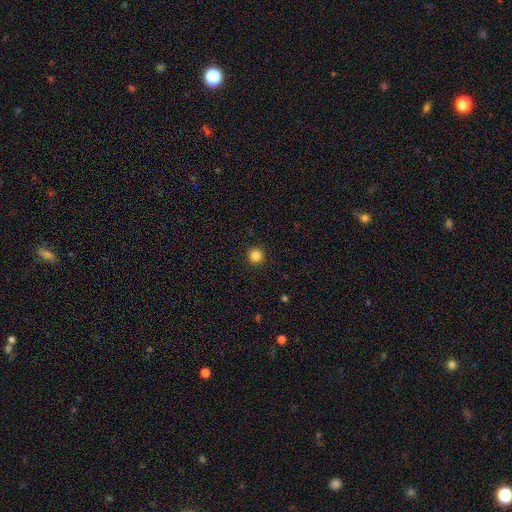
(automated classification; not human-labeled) smooth-or-featured: smooth: 85% | star or artifact: 12% | featured or disk: 3%
  how-rounded: round: 94% | in between: 5% | cigar-shaped: 1%
  merging: none: 92% | minor disturbance: 5% | major disturbance: 2% | merger: 1%